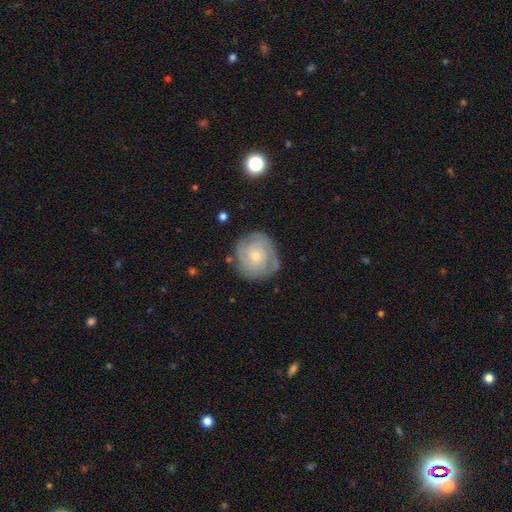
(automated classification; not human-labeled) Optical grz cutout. It shows a featured or disk galaxy (70%) with no bar (78%), tight (68%) spiral arms (89%) and a small central bulge (67%). Merging: none (78%).